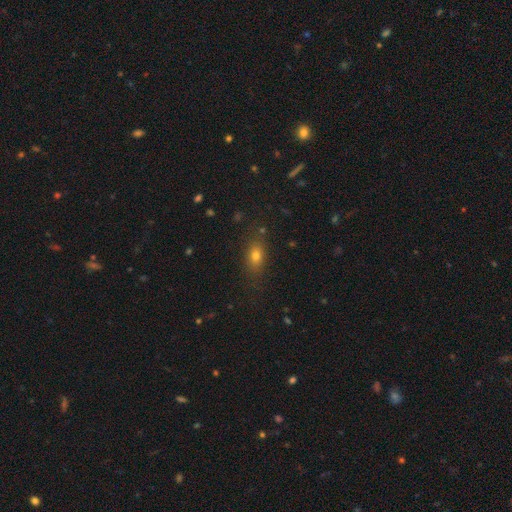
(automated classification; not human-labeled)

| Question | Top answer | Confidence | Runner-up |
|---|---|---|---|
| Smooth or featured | smooth | 72% | star or artifact (15%) |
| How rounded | in between | 71% | round (19%) |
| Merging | none | 80% | minor disturbance (13%) |